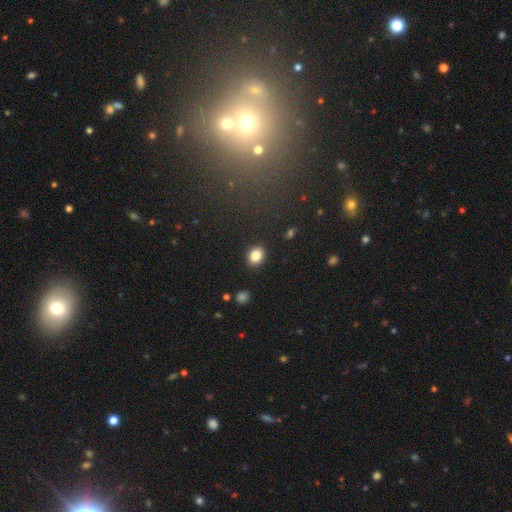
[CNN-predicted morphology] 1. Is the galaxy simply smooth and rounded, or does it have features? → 85% smooth, 9% star or artifact, 5% featured or disk.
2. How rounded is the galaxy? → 56% round, 43% in between, 1% cigar-shaped.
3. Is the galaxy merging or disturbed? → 89% none, 7% minor disturbance, 2% major disturbance, 1% merger.